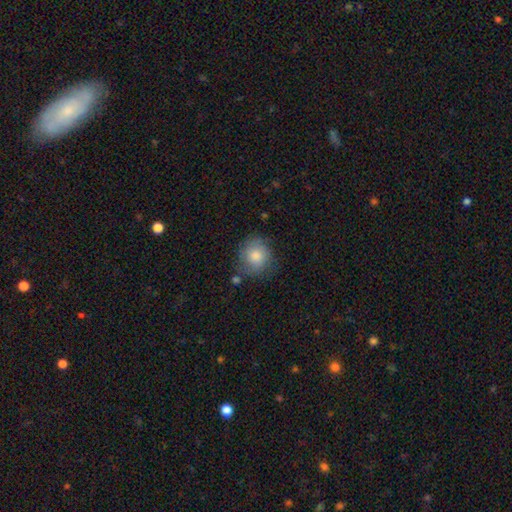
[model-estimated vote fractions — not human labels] Q: Smooth or featured?
A: smooth (78%); runner-up: featured or disk (13%)
Q: How rounded?
A: round (86%); runner-up: in between (13%)
Q: Merging?
A: none (73%); runner-up: minor disturbance (18%)